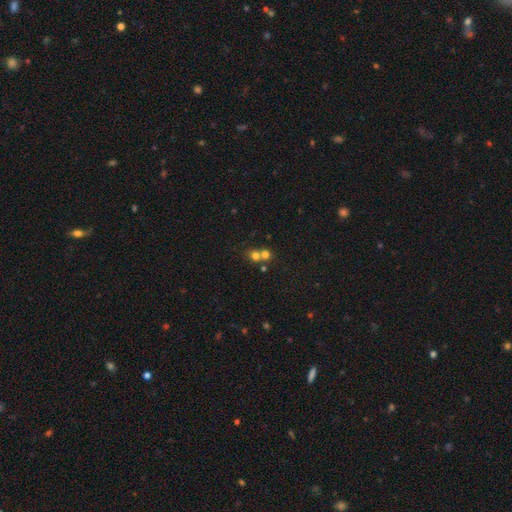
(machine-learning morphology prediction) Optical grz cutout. It shows a smooth galaxy with no disk features (70%) that is round (83%). Merging: merger (53%).